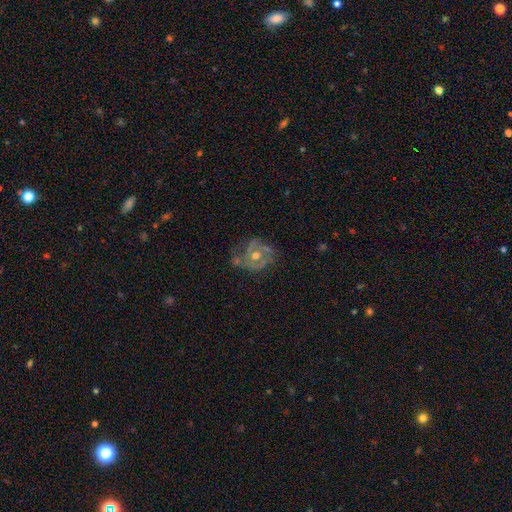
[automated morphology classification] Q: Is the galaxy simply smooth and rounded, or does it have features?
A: featured or disk — 81%.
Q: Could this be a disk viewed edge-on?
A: no — 98%.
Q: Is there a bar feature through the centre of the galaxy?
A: no — 69%.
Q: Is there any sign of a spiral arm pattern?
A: yes — 88%.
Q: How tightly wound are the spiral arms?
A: tight — 45%.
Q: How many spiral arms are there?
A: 2 — 57%.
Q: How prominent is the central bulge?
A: moderate — 73%.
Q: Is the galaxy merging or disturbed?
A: none — 61%.